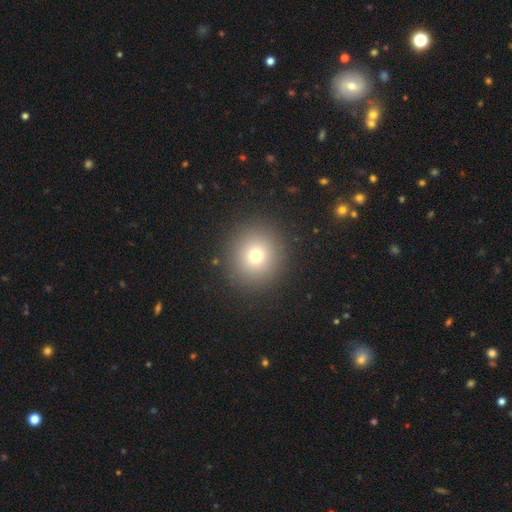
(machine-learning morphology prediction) A smooth galaxy with no disk features (73%) that is round (91%).

Vote fractions:
- Smooth or featured? smooth: 73% / star or artifact: 16% / featured or disk: 11%
- How rounded? round: 91% / in between: 8% / cigar-shaped: 1%
- Merging? none: 91% / minor disturbance: 6% / major disturbance: 3% / merger: 1%